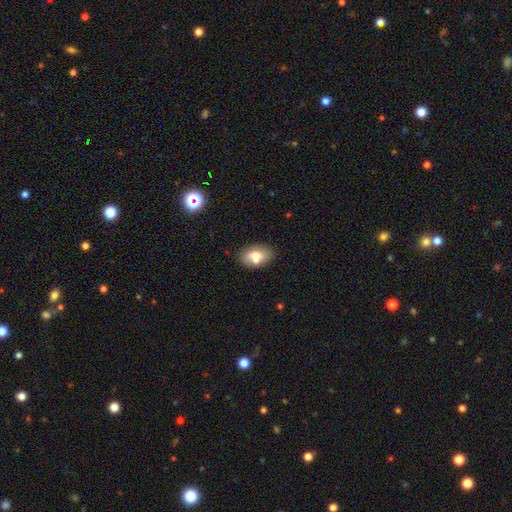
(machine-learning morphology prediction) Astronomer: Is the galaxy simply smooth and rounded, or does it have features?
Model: smooth — 71%.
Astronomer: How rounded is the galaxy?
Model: in between — 87%.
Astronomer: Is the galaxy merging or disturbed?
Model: none — 65%.